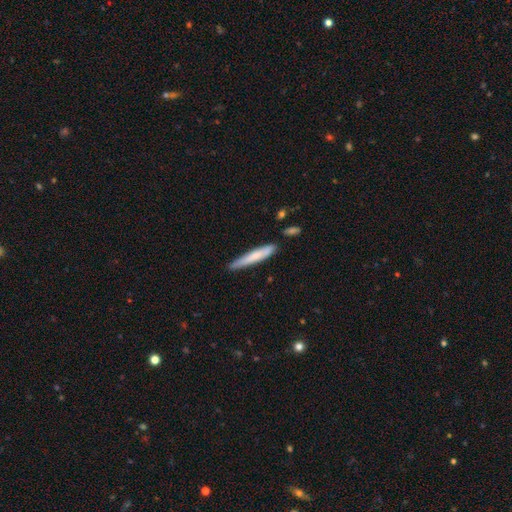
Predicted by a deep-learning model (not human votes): smooth-or-featured: smooth: 70% | featured or disk: 25% | star or artifact: 5%
  how-rounded: cigar-shaped: 94% | in between: 5% | round: 1%
  merging: none: 78% | minor disturbance: 17% | merger: 3% | major disturbance: 2%